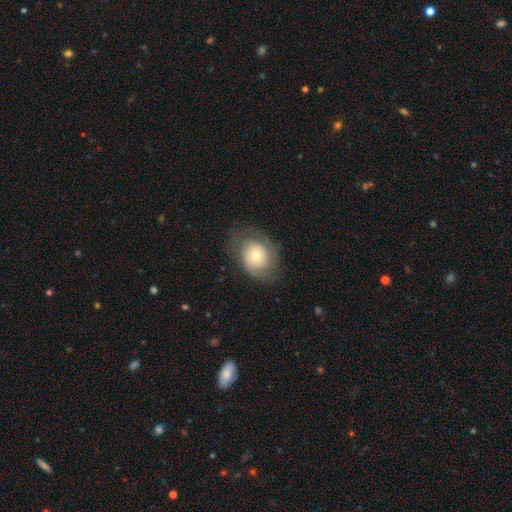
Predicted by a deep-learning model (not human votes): Smooth or featured?
  - smooth: 57% *
  - featured or disk: 34%
  - star or artifact: 8%
How rounded?
  - in between: 54% *
  - round: 45%
  - cigar-shaped: 1%
Merging?
  - none: 64% *
  - minor disturbance: 22%
  - major disturbance: 13%
  - merger: 1%